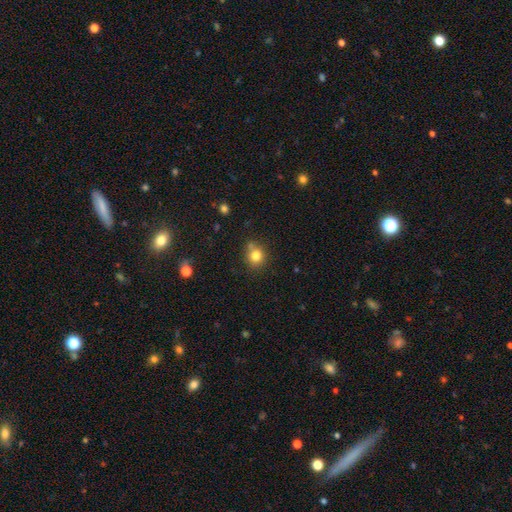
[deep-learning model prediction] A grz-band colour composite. It shows a smooth galaxy with no disk features (81%) that is round (85%). Merging: none (72%).